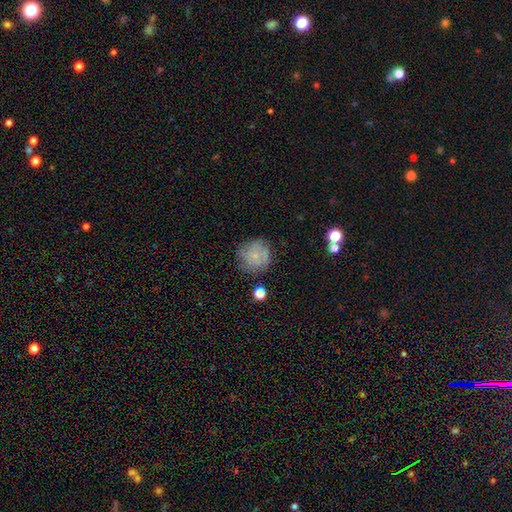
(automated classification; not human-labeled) Q: Smooth or featured?
A: smooth (58%); runner-up: featured or disk (31%)
Q: How rounded?
A: round (90%); runner-up: in between (9%)
Q: Merging?
A: none (68%); runner-up: minor disturbance (21%)